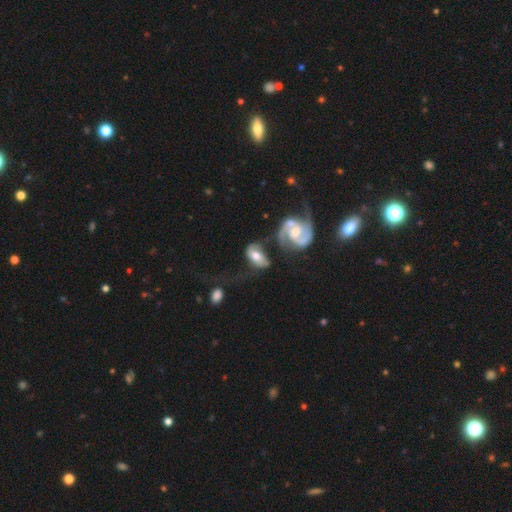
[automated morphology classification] This appears to be a featured or disk galaxy (59%) with no bar (46%), spiral arms (82%) and a moderate central bulge (64%). Merging: none (31%).